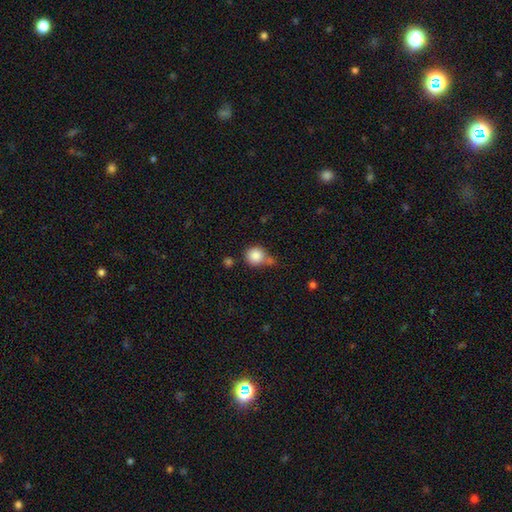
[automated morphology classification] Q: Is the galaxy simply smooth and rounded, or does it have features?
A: smooth — 85%.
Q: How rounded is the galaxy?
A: round — 91%.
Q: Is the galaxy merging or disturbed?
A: none — 56%.